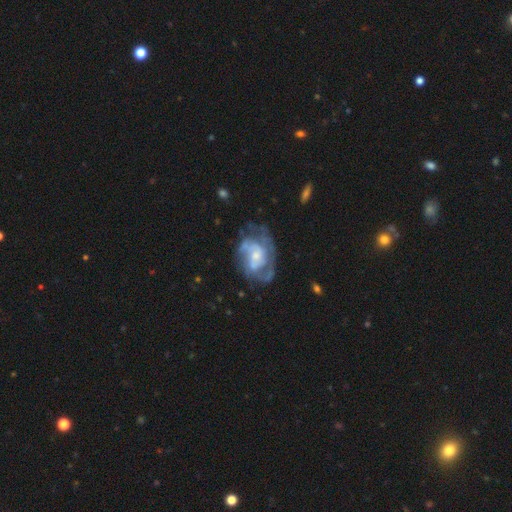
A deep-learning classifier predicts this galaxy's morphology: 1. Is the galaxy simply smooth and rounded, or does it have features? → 76% featured or disk, 17% smooth, 7% star or artifact.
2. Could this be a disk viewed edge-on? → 97% no, 3% yes.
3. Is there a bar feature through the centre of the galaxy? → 66% no, 28% weak, 6% strong.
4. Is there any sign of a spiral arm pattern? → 77% yes, 23% no.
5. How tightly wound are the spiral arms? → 43% medium, 37% tight, 21% loose.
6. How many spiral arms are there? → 37% can't tell, 30% 2, 17% 3, 6% 1, 6% 4, 4% more than 4.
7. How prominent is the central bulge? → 48% small, 34% moderate, 8% none, 8% large, 2% dominant.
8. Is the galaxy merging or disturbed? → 49% none, 25% major disturbance, 22% minor disturbance, 3% merger.